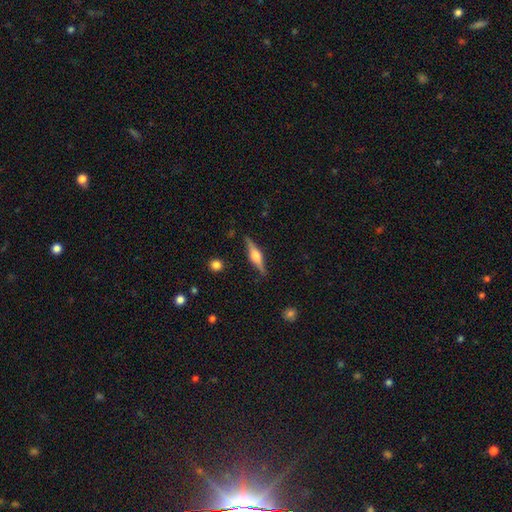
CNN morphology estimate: Smooth or featured?
  - featured or disk: 76% *
  - smooth: 18%
  - star or artifact: 6%
Edge-on disk?
  - yes: 98% *
  - no: 2%
Edge-on bulge?
  - rounded: 88% *
  - boxy: 11%
  - none: 2%
Merging?
  - none: 88% *
  - minor disturbance: 9%
  - major disturbance: 2%
  - merger: 1%